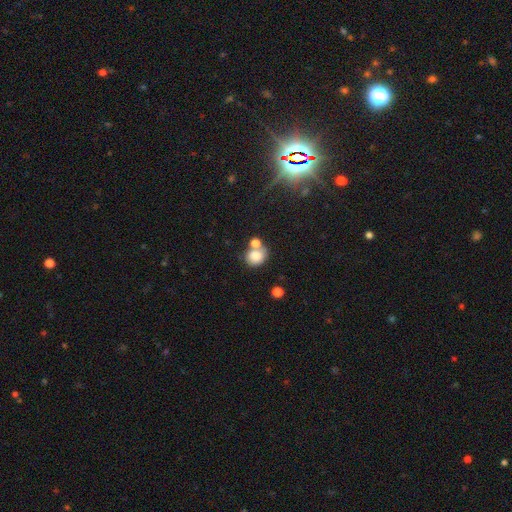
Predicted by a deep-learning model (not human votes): smooth_or_featured: smooth (p=0.81) [alt: star or artifact p=0.10]
how_rounded: round (p=0.69) [alt: in between p=0.30]
merging: none (p=0.47) [alt: merger p=0.35]